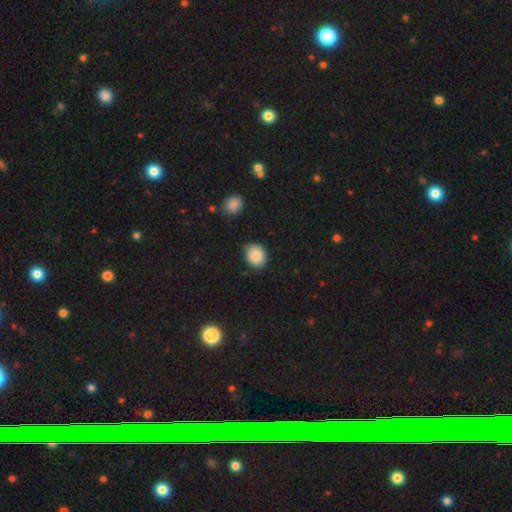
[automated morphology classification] A smooth galaxy with no disk features (87%) that is round (54%).

Vote fractions:
- Smooth or featured? smooth: 87% / star or artifact: 8% / featured or disk: 5%
- How rounded? round: 54% / in between: 45% / cigar-shaped: 1%
- Merging? none: 76% / minor disturbance: 18% / major disturbance: 3% / merger: 2%